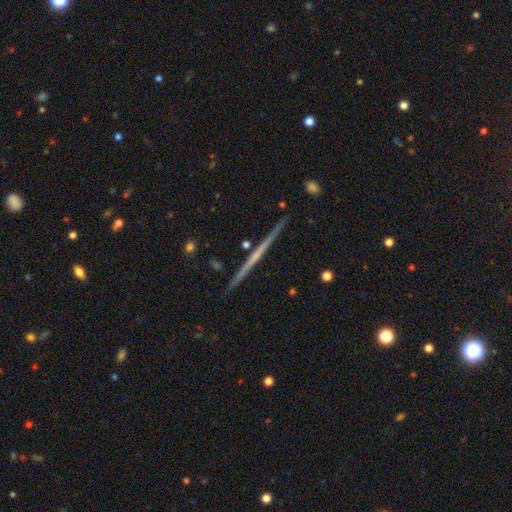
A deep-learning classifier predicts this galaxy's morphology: Smooth or featured? Predicted: featured or disk (p=0.72). Edge-on disk? Predicted: yes (p=0.98). Edge-on bulge? Predicted: none (p=0.81). Merging? Predicted: none (p=0.91).